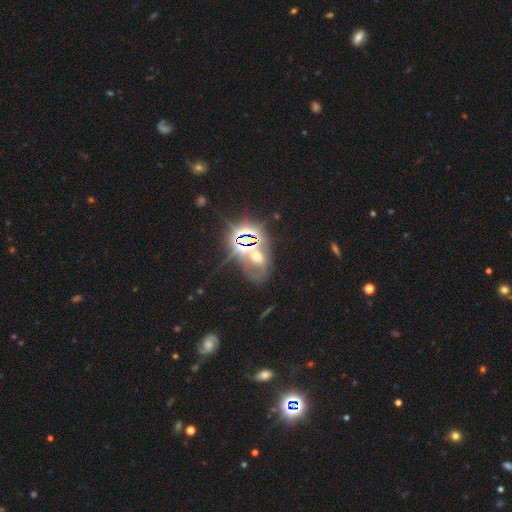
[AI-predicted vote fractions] smooth-or-featured: star or artifact: 58% | featured or disk: 24% | smooth: 18%